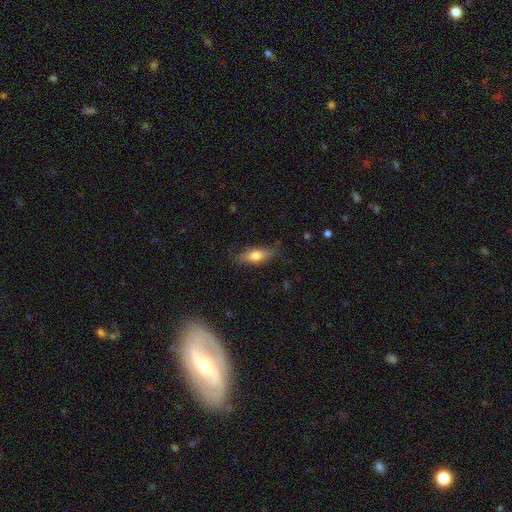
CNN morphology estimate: A smooth galaxy with no disk features (70%) that is in between round and cigar-shaped (63%).

Vote fractions:
- Smooth or featured? smooth: 70% / featured or disk: 24% / star or artifact: 7%
- How rounded? in between: 63% / cigar-shaped: 33% / round: 3%
- Merging? none: 78% / minor disturbance: 17% / major disturbance: 4% / merger: 1%